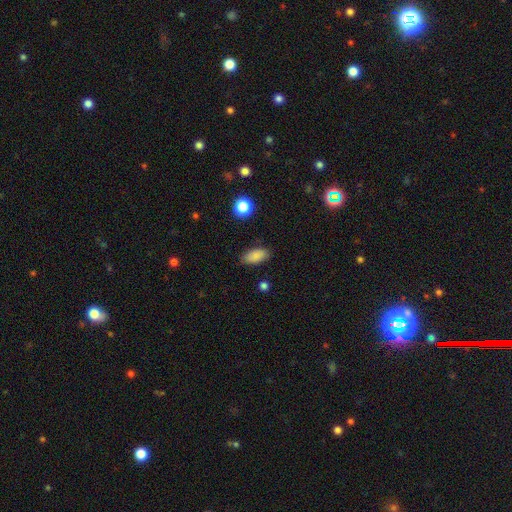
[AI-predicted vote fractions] This is clearly a smooth galaxy (86%). How rounded: clearly in between (90%). Merging: clearly none (85%).